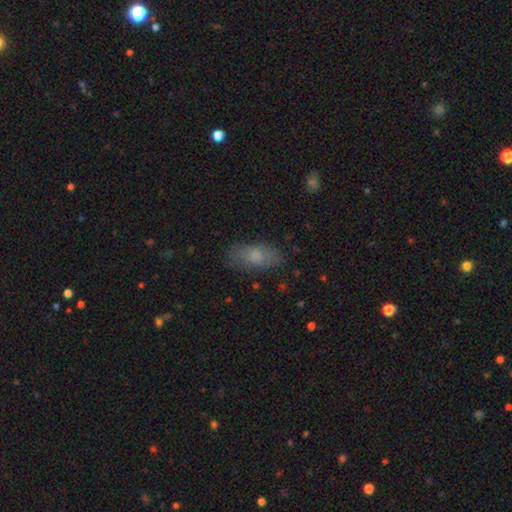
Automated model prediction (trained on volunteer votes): Q: Smooth or featured?
A: smooth (73%); runner-up: featured or disk (18%)
Q: How rounded?
A: in between (84%); runner-up: cigar-shaped (12%)
Q: Merging?
A: none (79%); runner-up: minor disturbance (15%)